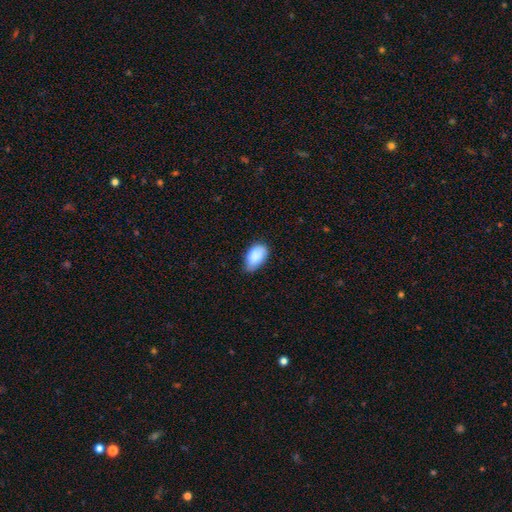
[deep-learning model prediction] A smooth galaxy with no disk features (88%) that is in between round and cigar-shaped (93%). Merging: none (59%).